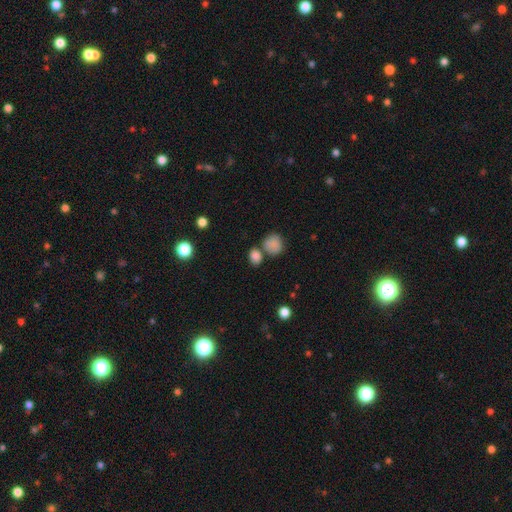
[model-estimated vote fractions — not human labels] The model was most divided on "how rounded": round: 51%, in between: 47%, cigar-shaped: 2%. More confident: smooth or featured — smooth (83%); merging — none (59%).